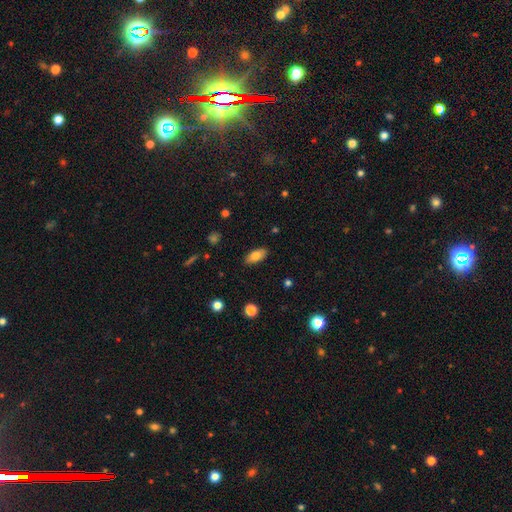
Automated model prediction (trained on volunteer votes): smooth-or-featured: smooth: 80% | featured or disk: 13% | star or artifact: 8%
  how-rounded: in between: 90% | cigar-shaped: 7% | round: 3%
  merging: none: 88% | minor disturbance: 9% | major disturbance: 2% | merger: 1%